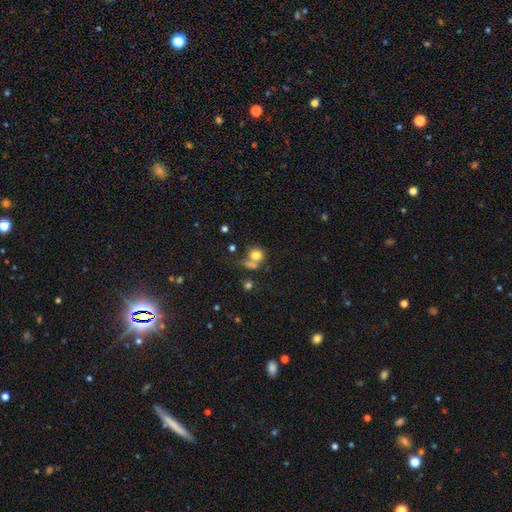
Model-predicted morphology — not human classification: Smooth or featured: smooth — 77% (featured or disk — 12%)
How rounded: round — 73% (in between — 25%)
Merging: none — 39% (merger — 38%)